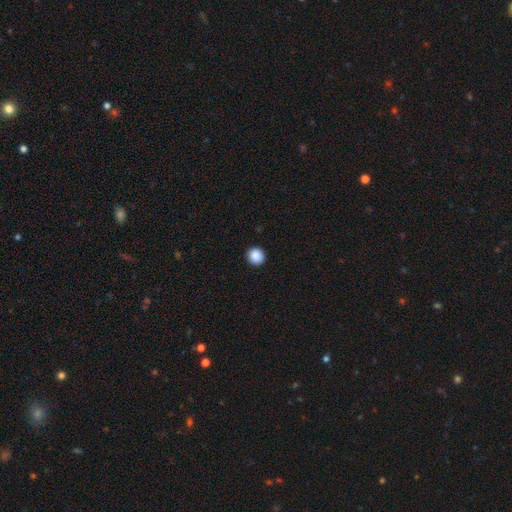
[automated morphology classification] This appears to be a smooth galaxy with no disk features (89%) that is round (92%). Merging: none (93%).